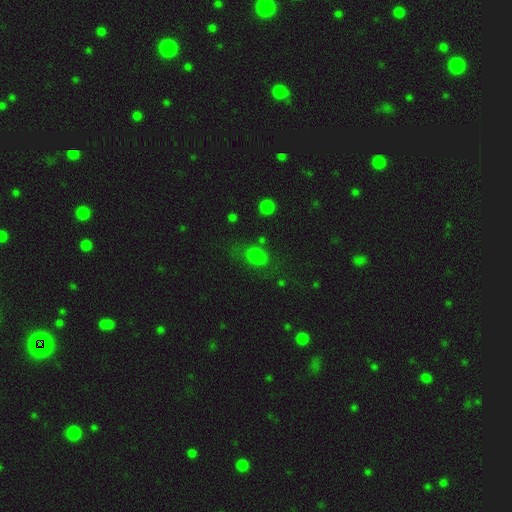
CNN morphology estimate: Smooth or featured?
  - smooth: 77% *
  - star or artifact: 15%
  - featured or disk: 8%
How rounded?
  - in between: 62% *
  - round: 36%
  - cigar-shaped: 2%
Merging?
  - none: 66% *
  - minor disturbance: 20%
  - major disturbance: 11%
  - merger: 4%